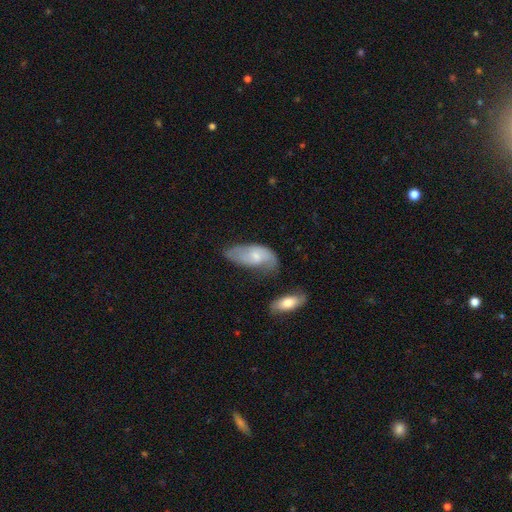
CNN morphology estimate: smooth 49%, featured or disk 44%, star or artifact 6%. Down the decision tree: merging — minor disturbance (36%).